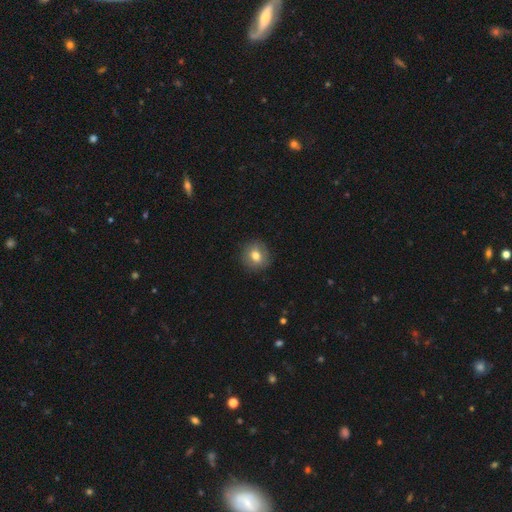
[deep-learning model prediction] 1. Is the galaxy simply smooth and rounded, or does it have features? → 75% smooth, 16% featured or disk, 9% star or artifact.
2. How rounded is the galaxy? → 86% round, 13% in between, 1% cigar-shaped.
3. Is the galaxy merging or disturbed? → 88% none, 9% minor disturbance, 2% major disturbance, 1% merger.